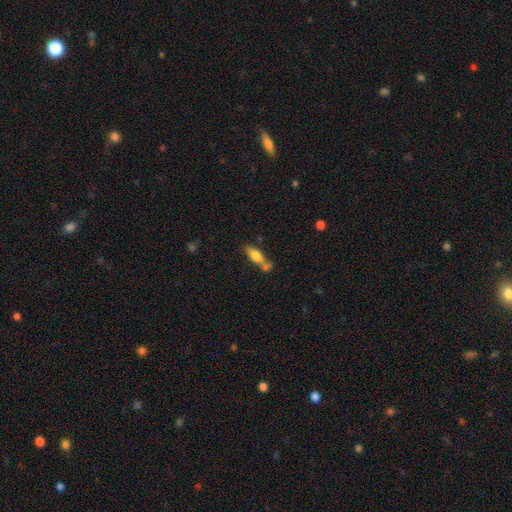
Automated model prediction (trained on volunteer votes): smooth 73%, featured or disk 20%, star or artifact 8%. Down the decision tree: how rounded — in between (70%); merging — none (42%).